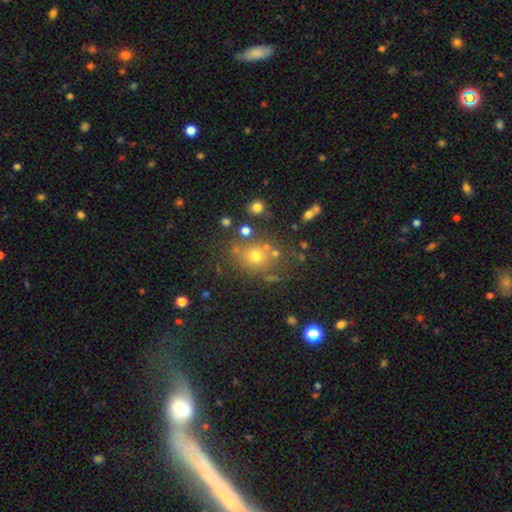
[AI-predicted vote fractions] Smooth or featured?
  - smooth: 65% *
  - star or artifact: 21%
  - featured or disk: 14%
How rounded?
  - round: 75% *
  - in between: 24%
  - cigar-shaped: 1%
Merging?
  - none: 71% *
  - minor disturbance: 13%
  - merger: 11%
  - major disturbance: 6%